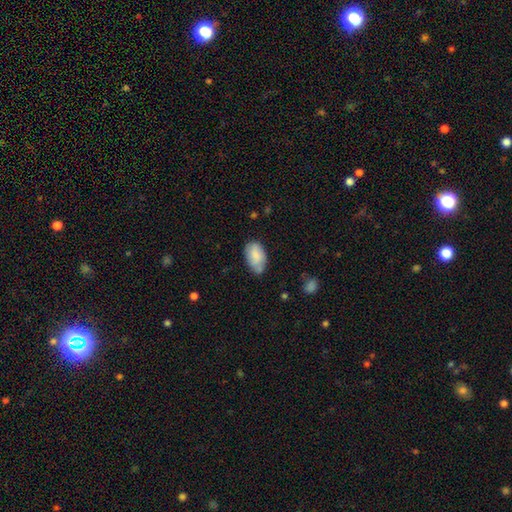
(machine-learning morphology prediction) smooth-or-featured: smooth: 79% | featured or disk: 14% | star or artifact: 7%
  how-rounded: in between: 93% | round: 6% | cigar-shaped: 1%
  merging: none: 58% | minor disturbance: 31% | major disturbance: 6% | merger: 5%